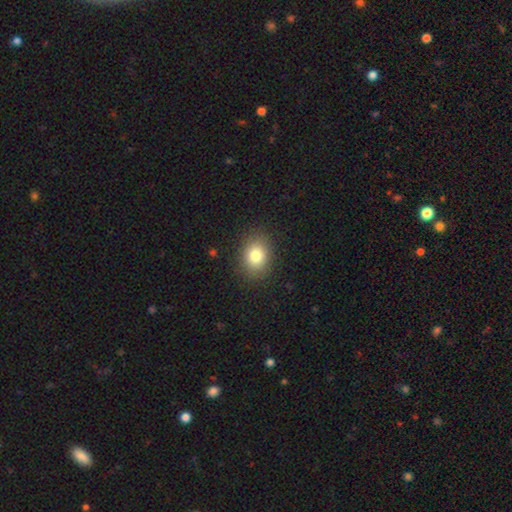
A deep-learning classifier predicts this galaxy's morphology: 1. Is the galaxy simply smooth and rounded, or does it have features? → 81% smooth, 11% star or artifact, 9% featured or disk.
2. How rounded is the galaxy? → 57% in between, 42% round, 1% cigar-shaped.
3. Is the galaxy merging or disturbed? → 87% none, 9% minor disturbance, 3% major disturbance, 1% merger.